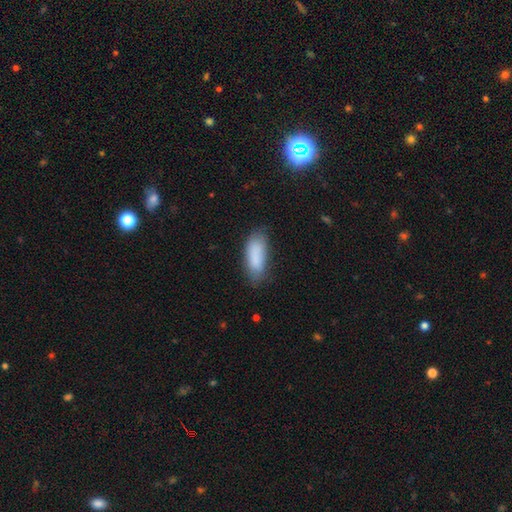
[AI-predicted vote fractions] smooth_or_featured: smooth (p=0.86) [alt: featured or disk p=0.07]
how_rounded: in between (p=0.76) [alt: cigar-shaped p=0.22]
merging: none (p=0.66) [alt: minor disturbance p=0.25]